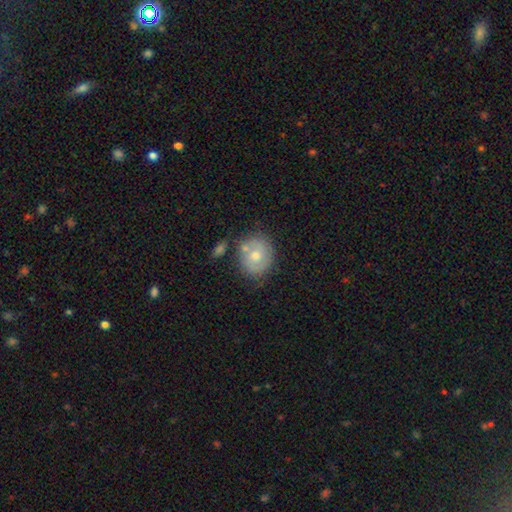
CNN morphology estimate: The model was most divided on "smooth or featured": smooth: 51%, featured or disk: 41%, star or artifact: 7%. More confident: how rounded — round (75%); merging — none (63%).